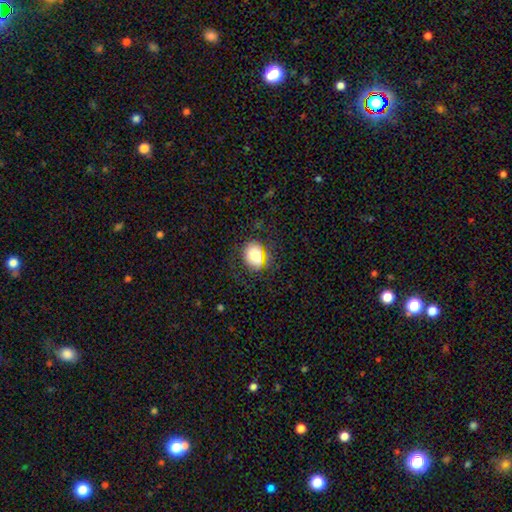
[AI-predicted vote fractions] Smooth or featured? Predicted: smooth (p=0.78). How rounded? Predicted: in between (p=0.56). Merging? Predicted: none (p=0.69).